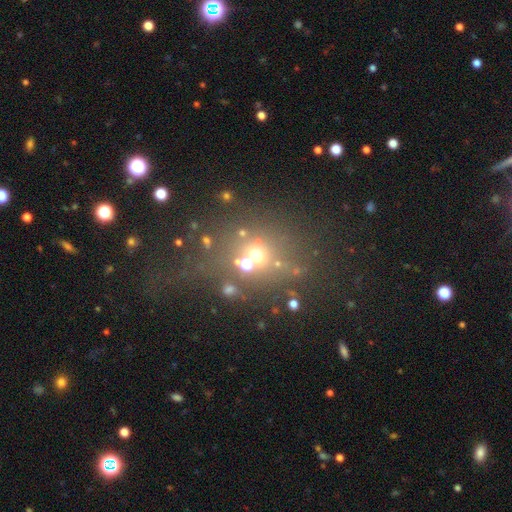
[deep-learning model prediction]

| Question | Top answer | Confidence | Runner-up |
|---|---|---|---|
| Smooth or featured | smooth | 52% | star or artifact (33%) |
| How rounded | round | 83% | in between (16%) |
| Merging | none | 63% | merger (18%) |